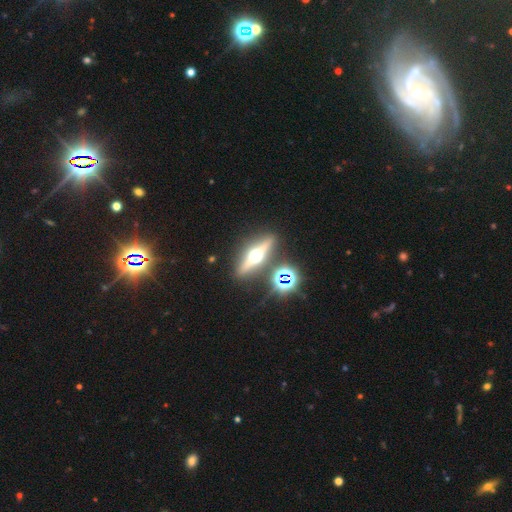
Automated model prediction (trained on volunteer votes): Q: Smooth or featured?
A: featured or disk (73%); runner-up: smooth (16%)
Q: Edge-on disk?
A: yes (94%); runner-up: no (6%)
Q: Edge-on bulge?
A: rounded (97%); runner-up: boxy (2%)
Q: Merging?
A: none (86%); runner-up: minor disturbance (7%)